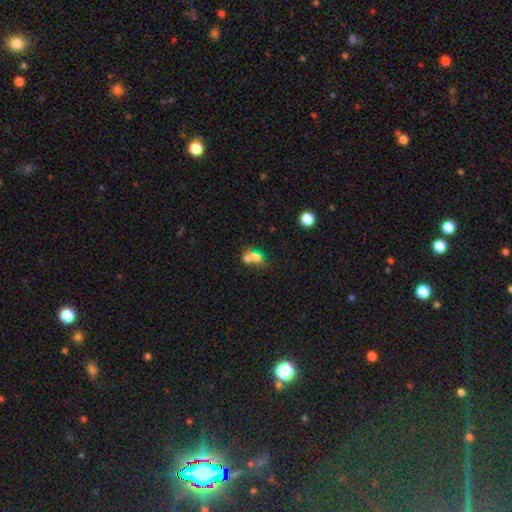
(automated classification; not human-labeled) Overall: smooth (61%; featured or disk 22%). How rounded: in between (55%; round 40%). Merging: merger (57%; none 27%).